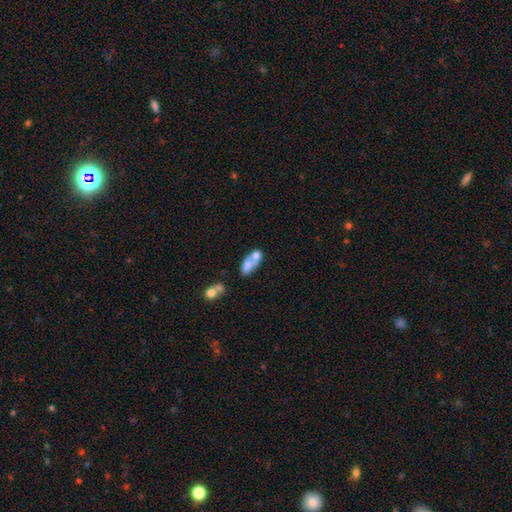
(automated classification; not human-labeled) This appears to be a smooth galaxy with no disk features (60%) that is in between round and cigar-shaped (80%). Merging: merger (57%).